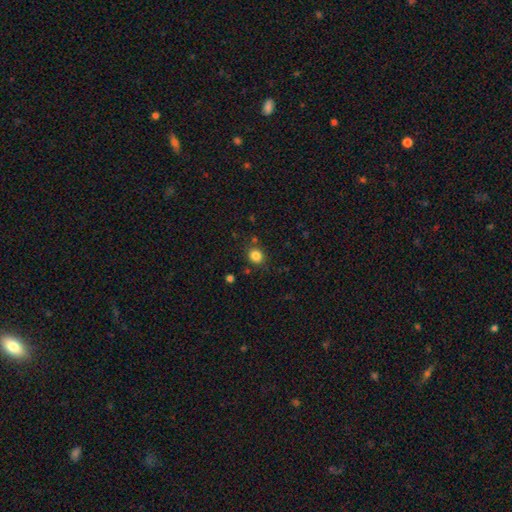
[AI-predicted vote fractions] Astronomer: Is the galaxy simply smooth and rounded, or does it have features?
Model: smooth — 84%.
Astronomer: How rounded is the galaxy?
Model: round — 76%.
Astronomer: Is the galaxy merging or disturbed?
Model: none — 82%.